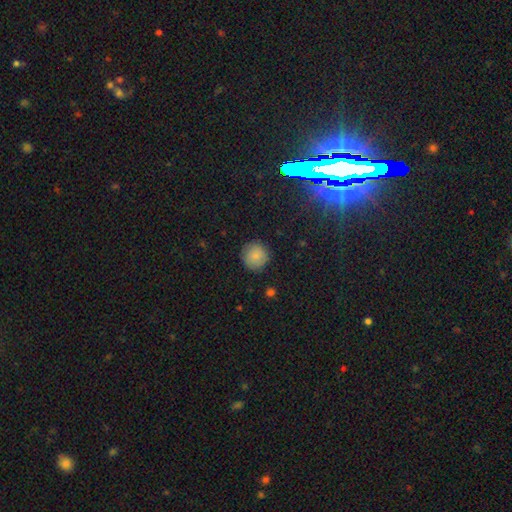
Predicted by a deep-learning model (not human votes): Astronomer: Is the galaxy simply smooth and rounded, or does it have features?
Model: smooth — 82%.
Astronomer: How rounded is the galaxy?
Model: round — 94%.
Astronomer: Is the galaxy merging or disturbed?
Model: none — 88%.